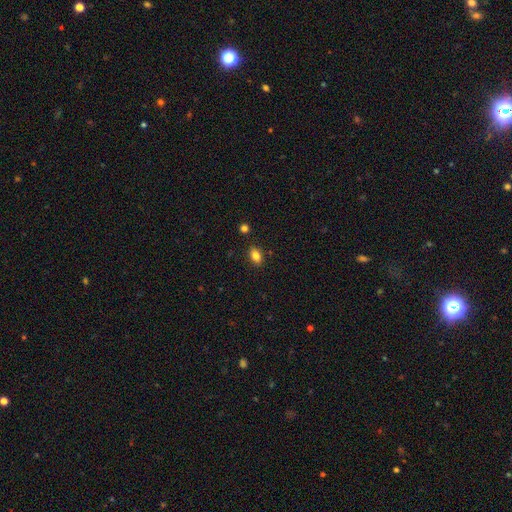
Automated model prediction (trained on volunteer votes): This appears to be a smooth galaxy with no disk features (83%) that is in between round and cigar-shaped (86%). Merging: none (86%).